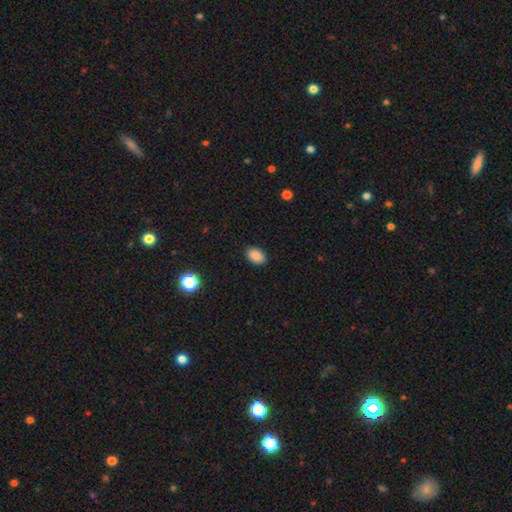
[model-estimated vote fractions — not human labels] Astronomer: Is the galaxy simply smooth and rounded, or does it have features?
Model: smooth — 88%.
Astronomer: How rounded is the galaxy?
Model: in between — 88%.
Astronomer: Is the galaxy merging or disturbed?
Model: none — 89%.